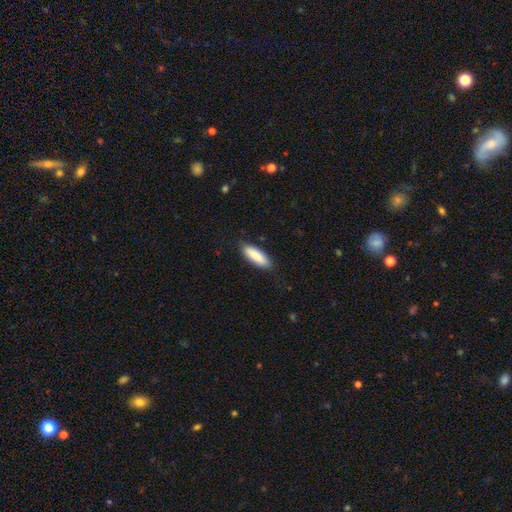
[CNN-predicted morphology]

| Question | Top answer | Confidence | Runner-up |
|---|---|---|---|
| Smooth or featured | smooth | 87% | featured or disk (7%) |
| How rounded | in between | 56% | cigar-shaped (43%) |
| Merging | none | 85% | minor disturbance (11%) |